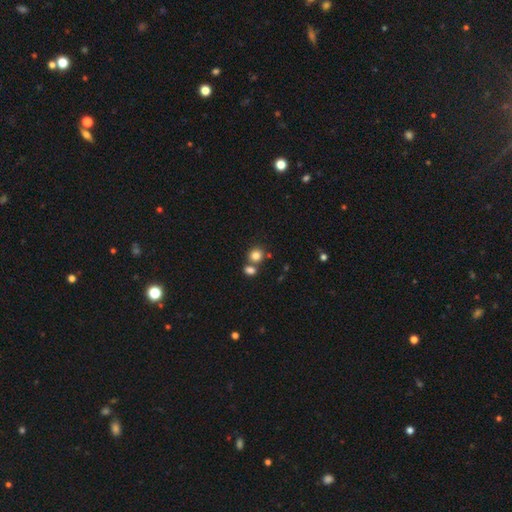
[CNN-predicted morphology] This is clearly a smooth galaxy (82%). How rounded: likely round (80%). Merging: possibly none (58%).